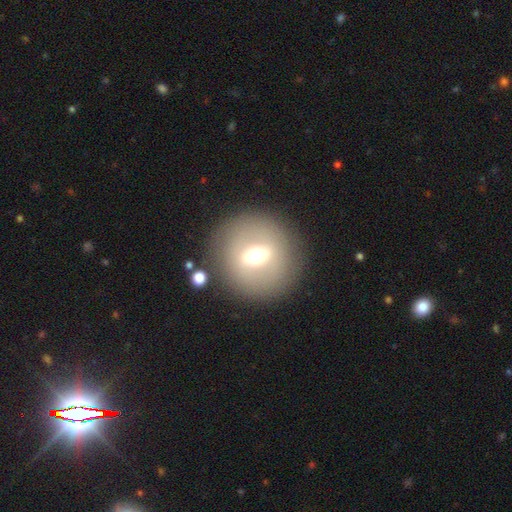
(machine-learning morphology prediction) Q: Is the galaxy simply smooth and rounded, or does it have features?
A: featured or disk — 46%.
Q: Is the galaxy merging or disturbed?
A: none — 85%.